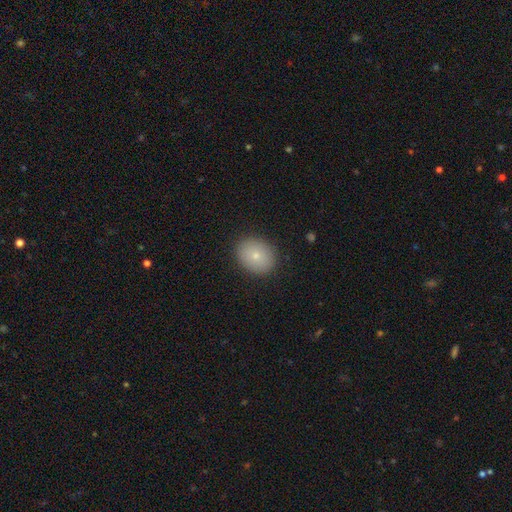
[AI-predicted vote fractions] This is likely a smooth galaxy (77%). How rounded: possibly in between (51%). Merging: clearly none (88%).